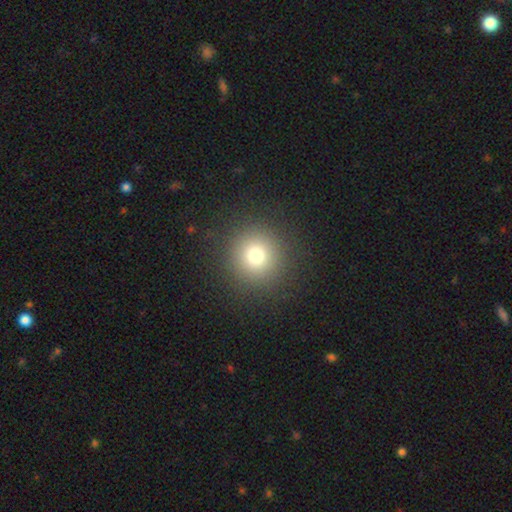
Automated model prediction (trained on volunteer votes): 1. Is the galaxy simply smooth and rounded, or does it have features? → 76% smooth, 15% star or artifact, 9% featured or disk.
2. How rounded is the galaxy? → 95% round, 4% in between, 1% cigar-shaped.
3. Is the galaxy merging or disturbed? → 90% none, 6% minor disturbance, 3% major disturbance, 1% merger.